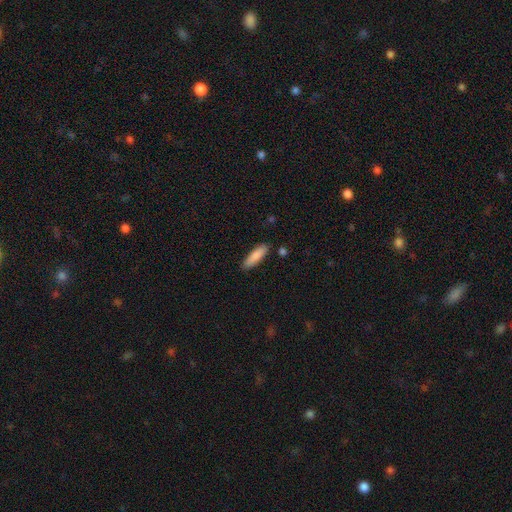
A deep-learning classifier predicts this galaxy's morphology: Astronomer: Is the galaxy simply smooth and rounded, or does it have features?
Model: smooth — 86%.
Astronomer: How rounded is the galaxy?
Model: cigar-shaped — 56% (runner-up: in between, 42%).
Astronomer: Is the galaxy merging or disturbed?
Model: none — 86%.